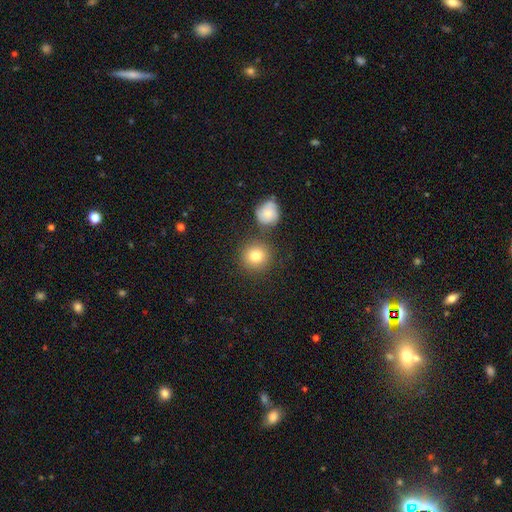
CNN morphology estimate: Smooth or featured? smooth (82%)
How rounded? round (92%)
Merging? none (80%)